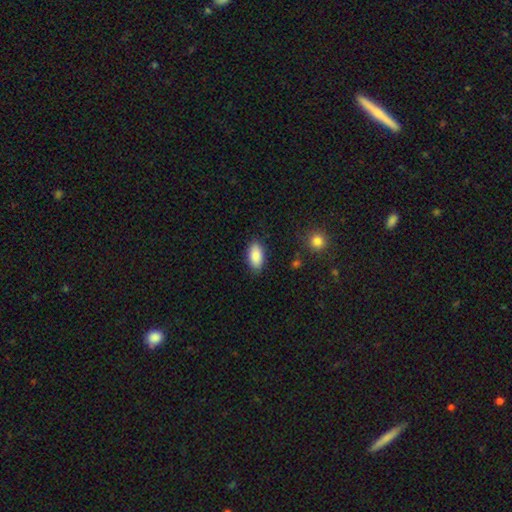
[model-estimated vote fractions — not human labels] smooth_or_featured: smooth (p=0.88) [alt: star or artifact p=0.07]
how_rounded: in between (p=0.92) [alt: cigar-shaped p=0.05]
merging: none (p=0.85) [alt: minor disturbance p=0.11]